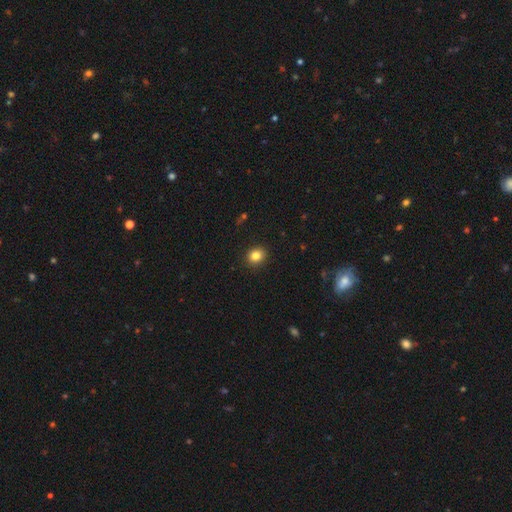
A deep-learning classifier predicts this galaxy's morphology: Smooth or featured? smooth (83%)
How rounded? round (64%)
Merging? none (91%)